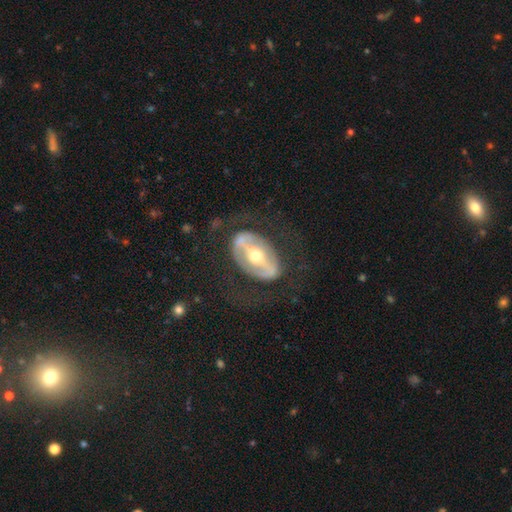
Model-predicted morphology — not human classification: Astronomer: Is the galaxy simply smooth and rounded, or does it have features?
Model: featured or disk — 77%.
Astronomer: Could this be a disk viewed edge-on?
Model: no — 92%.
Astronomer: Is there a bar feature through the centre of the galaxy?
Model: strong — 63%.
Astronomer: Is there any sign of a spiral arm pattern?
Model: no — 54% (runner-up: yes, 46%).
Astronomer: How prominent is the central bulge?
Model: moderate — 60%.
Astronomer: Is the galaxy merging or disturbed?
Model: none — 66%.